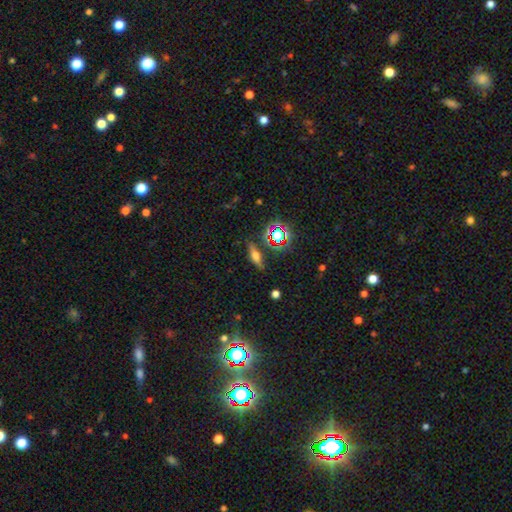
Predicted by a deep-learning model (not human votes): Smooth or featured? Predicted: smooth (p=0.47). Merging? Predicted: none (p=0.82).